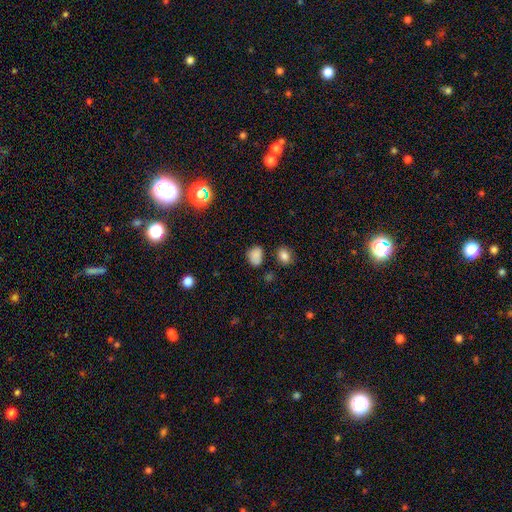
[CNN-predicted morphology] type=smooth (81%); roundness=in between (60%); merging=none (66%).